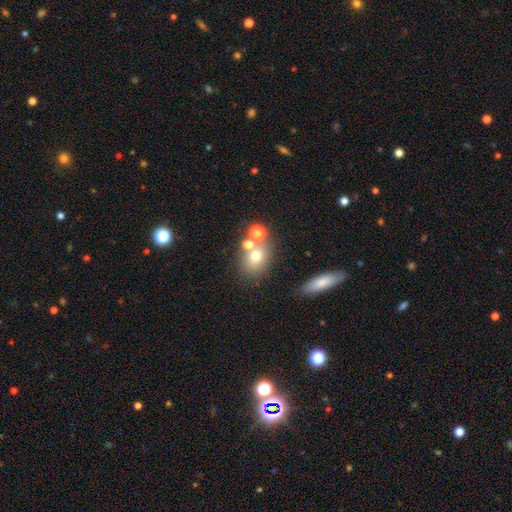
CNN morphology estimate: smooth_or_featured: smooth (p=0.67) [alt: featured or disk p=0.19]
how_rounded: in between (p=0.50) [alt: round p=0.48]
merging: none (p=0.53) [alt: merger p=0.30]